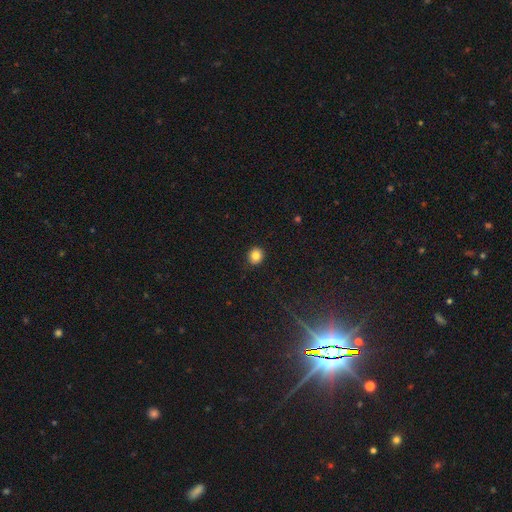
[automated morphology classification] Smooth or featured: smooth — 83% (star or artifact — 11%)
How rounded: round — 81% (in between — 18%)
Merging: none — 89% (minor disturbance — 8%)